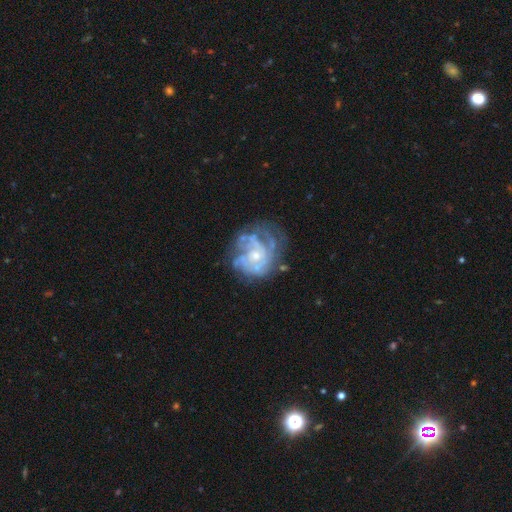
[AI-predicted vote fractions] Smooth or featured?
  - featured or disk: 81% *
  - smooth: 12%
  - star or artifact: 7%
Edge-on disk?
  - no: 98% *
  - yes: 2%
Bar?
  - no: 80% *
  - weak: 17%
  - strong: 3%
Spiral arms?
  - yes: 77% *
  - no: 23%
Spiral winding?
  - tight: 57% *
  - medium: 30%
  - loose: 12%
Spiral arm count?
  - can't tell: 48% *
  - 3: 15%
  - 4: 13%
  - 2: 12%
  - more than 4: 7%
  - 1: 6%
Bulge size?
  - small: 61% *
  - moderate: 31%
  - none: 5%
  - large: 2%
  - dominant: 1%
Merging?
  - none: 51% *
  - major disturbance: 23%
  - minor disturbance: 22%
  - merger: 4%